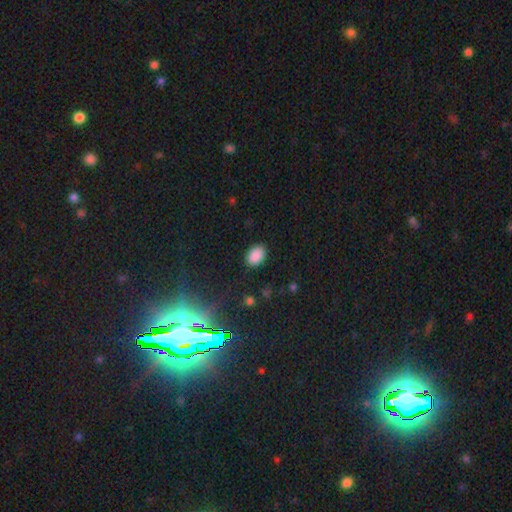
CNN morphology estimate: smooth_or_featured: smooth (p=0.88) [alt: star or artifact p=0.09]
how_rounded: in between (p=0.83) [alt: round p=0.16]
merging: none (p=0.88) [alt: minor disturbance p=0.09]